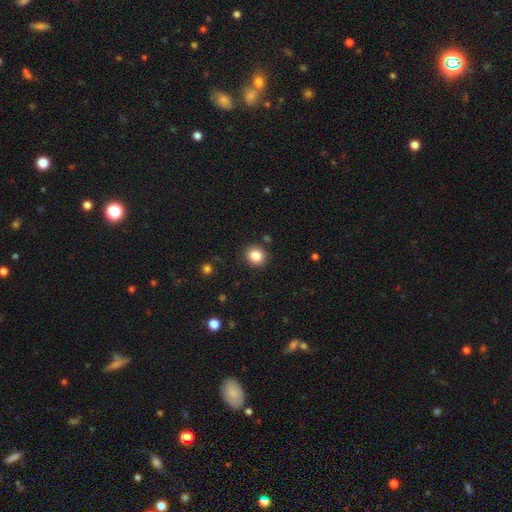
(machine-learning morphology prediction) A smooth galaxy with no disk features (85%) that is round (83%).

Vote fractions:
- Smooth or featured? smooth: 85% / star or artifact: 10% / featured or disk: 5%
- How rounded? round: 83% / in between: 16% / cigar-shaped: 1%
- Merging? none: 89% / minor disturbance: 7% / major disturbance: 2% / merger: 2%